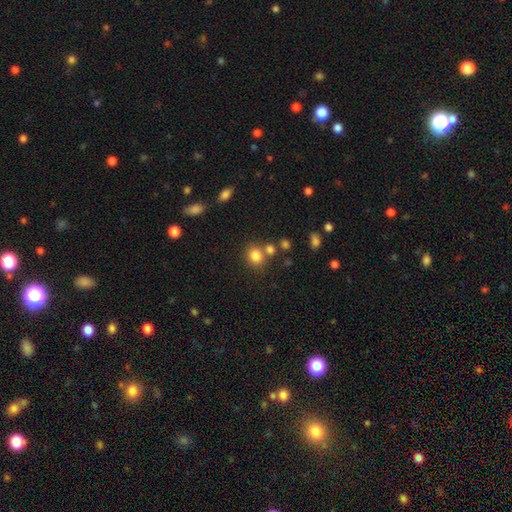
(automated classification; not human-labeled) Smooth or featured: smooth — 82% (star or artifact — 12%)
How rounded: round — 68% (in between — 31%)
Merging: none — 64% (merger — 20%)